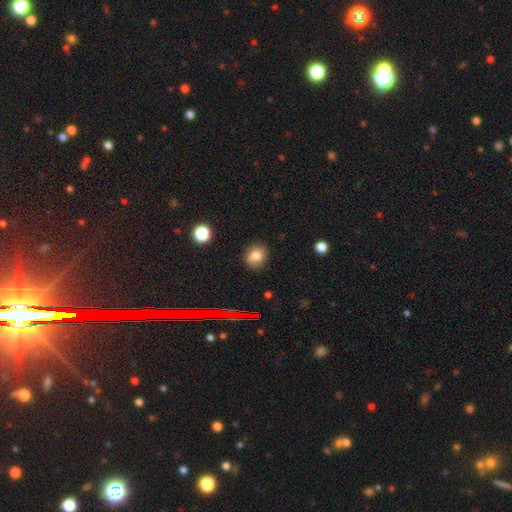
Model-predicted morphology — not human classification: smooth-or-featured: smooth: 77% | star or artifact: 13% | featured or disk: 10%
  how-rounded: round: 66% | in between: 33% | cigar-shaped: 1%
  merging: none: 84% | minor disturbance: 12% | major disturbance: 3% | merger: 1%